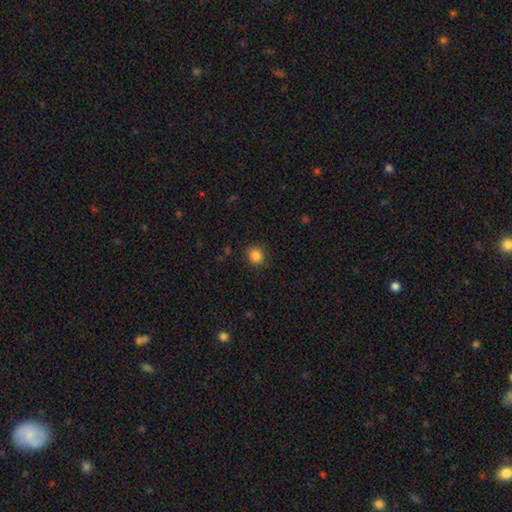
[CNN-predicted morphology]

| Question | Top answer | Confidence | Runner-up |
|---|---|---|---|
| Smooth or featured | smooth | 84% | star or artifact (12%) |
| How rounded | round | 84% | in between (15%) |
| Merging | none | 87% | minor disturbance (9%) |